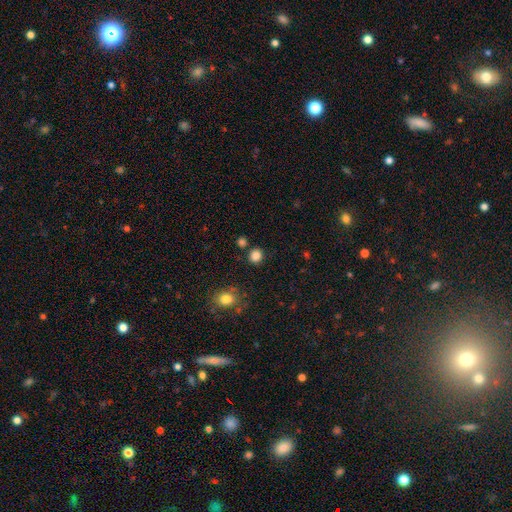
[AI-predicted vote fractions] Smooth or featured: smooth — 84% (star or artifact — 12%)
How rounded: round — 80% (in between — 19%)
Merging: none — 83% (minor disturbance — 9%)